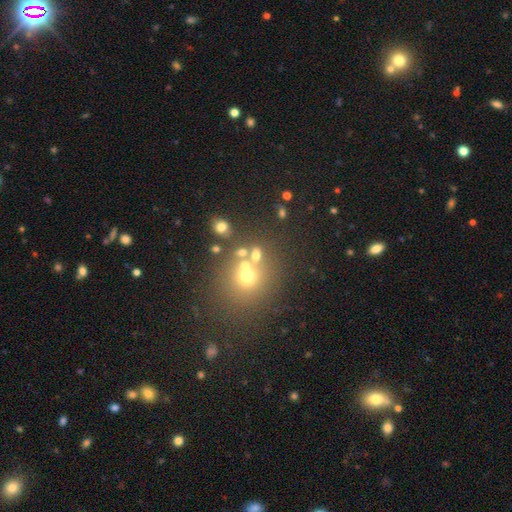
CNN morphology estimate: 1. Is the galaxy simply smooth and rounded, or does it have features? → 59% smooth, 25% star or artifact, 16% featured or disk.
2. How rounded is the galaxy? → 77% round, 22% in between, 1% cigar-shaped.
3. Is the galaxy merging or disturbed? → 54% none, 30% merger, 10% minor disturbance, 7% major disturbance.